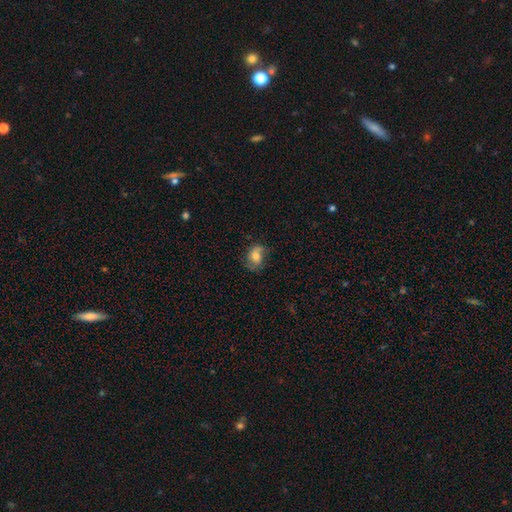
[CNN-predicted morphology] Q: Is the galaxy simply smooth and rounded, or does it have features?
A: smooth — 55%.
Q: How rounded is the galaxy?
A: in between — 62%.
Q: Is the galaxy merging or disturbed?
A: none — 60%.